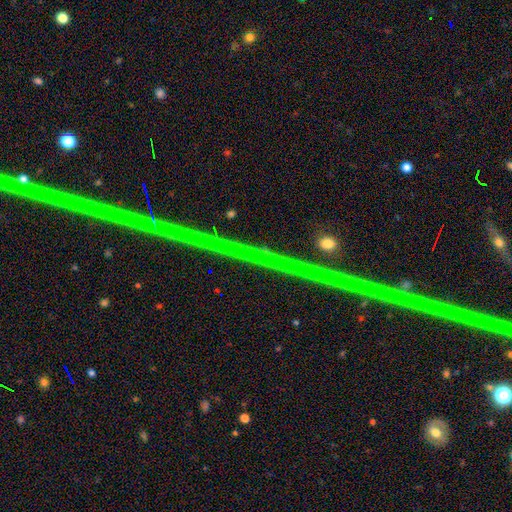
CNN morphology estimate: star or artifact 87%, featured or disk 9%, smooth 4%.